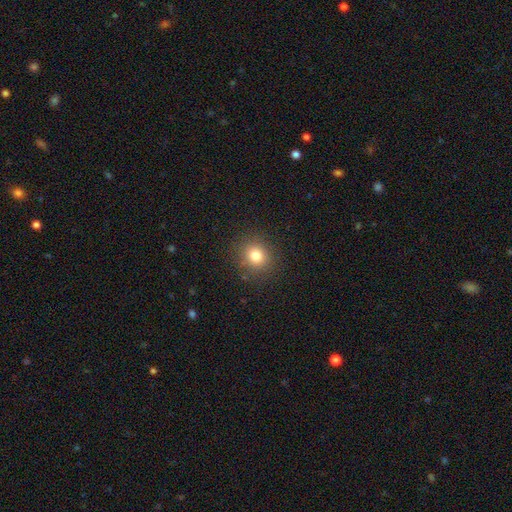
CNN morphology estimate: The model was most divided on "smooth or featured": smooth: 81%, star or artifact: 13%, featured or disk: 7%. More confident: merging — none (89%); how rounded — round (85%).